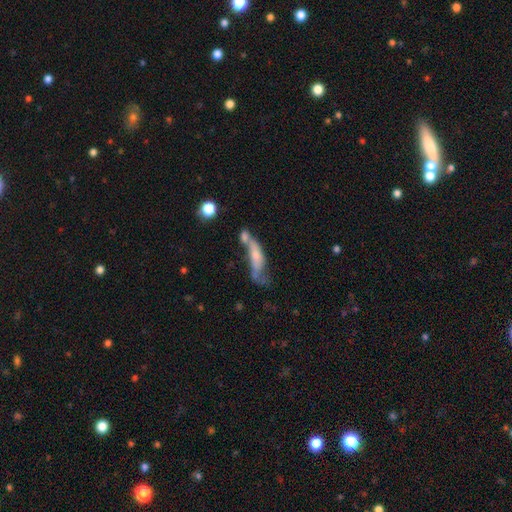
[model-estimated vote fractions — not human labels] Q: Smooth or featured?
A: smooth (46%); runner-up: featured or disk (44%)
Q: Merging?
A: merger (40%); runner-up: major disturbance (22%)